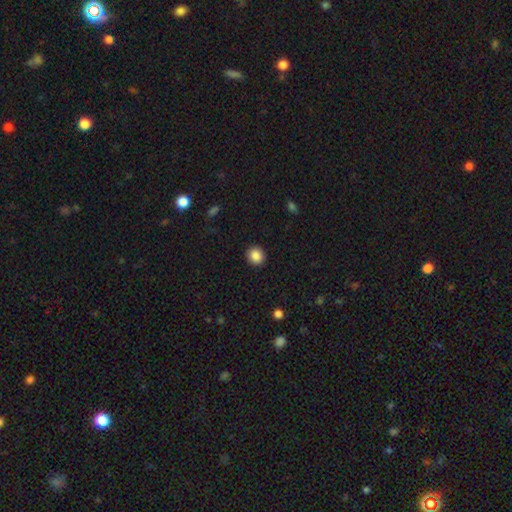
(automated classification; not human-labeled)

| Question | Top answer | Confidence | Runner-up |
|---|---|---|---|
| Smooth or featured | smooth | 87% | star or artifact (9%) |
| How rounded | round | 84% | in between (15%) |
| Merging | none | 92% | minor disturbance (5%) |